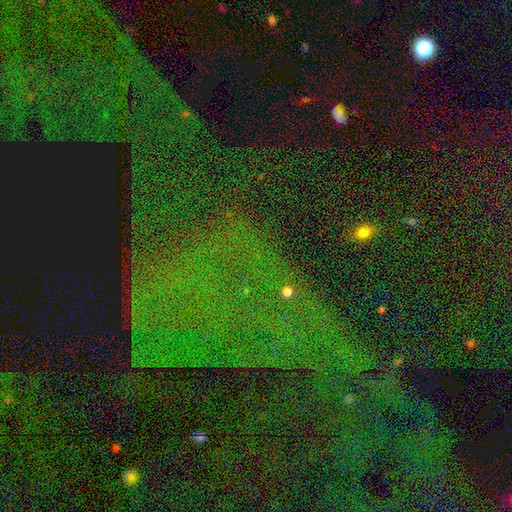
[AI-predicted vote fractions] smooth-or-featured: star or artifact: 79% | featured or disk: 11% | smooth: 10%